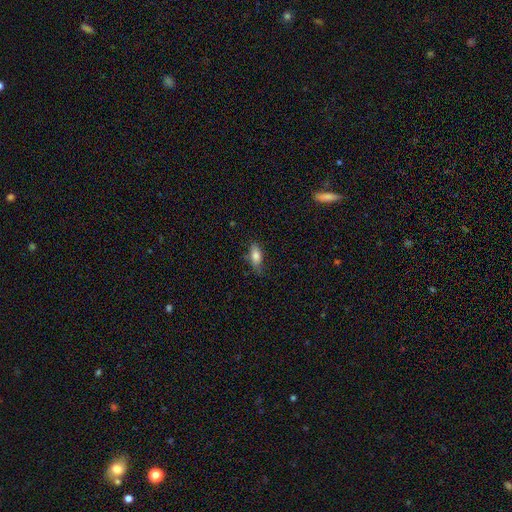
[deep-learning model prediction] Q: Smooth or featured?
A: smooth (82%); runner-up: featured or disk (11%)
Q: How rounded?
A: in between (83%); runner-up: cigar-shaped (13%)
Q: Merging?
A: none (72%); runner-up: minor disturbance (21%)